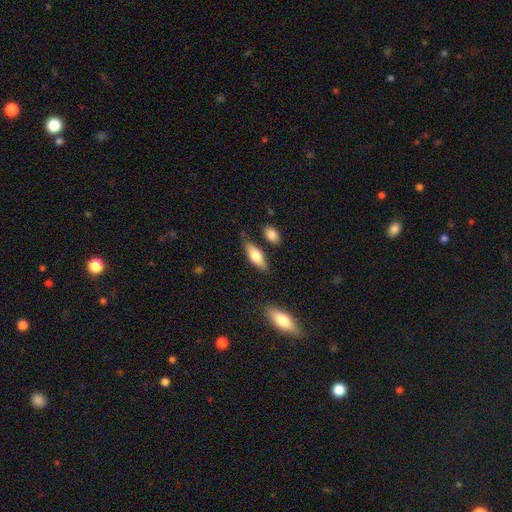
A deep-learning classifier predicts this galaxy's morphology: Smooth or featured?
  - smooth: 75% *
  - featured or disk: 19%
  - star or artifact: 6%
How rounded?
  - in between: 69% *
  - cigar-shaped: 29%
  - round: 2%
Merging?
  - none: 77% *
  - minor disturbance: 14%
  - merger: 6%
  - major disturbance: 3%